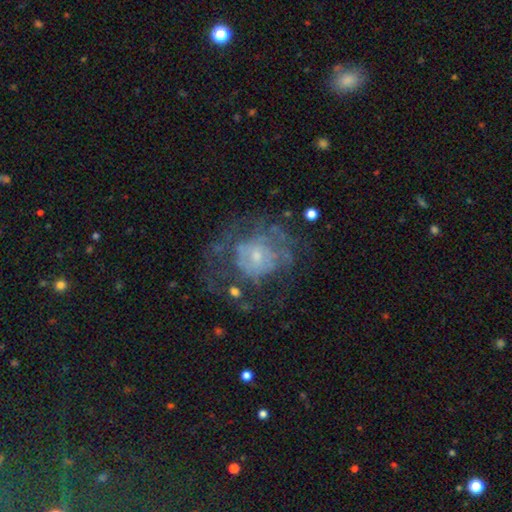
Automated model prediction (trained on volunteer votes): The model was most divided on "spiral arms" (2-way tie): yes: 50%, no: 50%. Remaining: edge-on disk — no (98%); bar — no (79%); smooth or featured — featured or disk (65%); bulge size — small (63%); merging — none (47%).